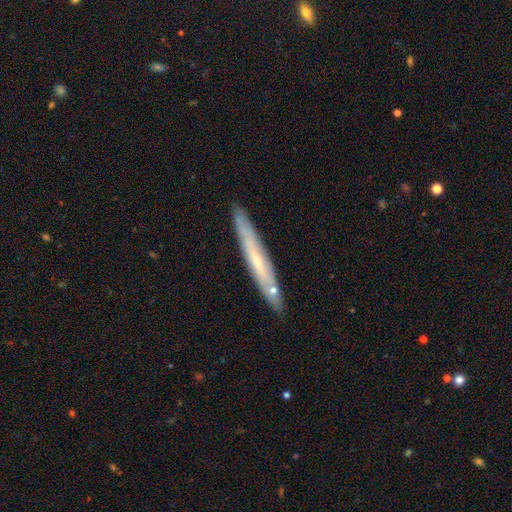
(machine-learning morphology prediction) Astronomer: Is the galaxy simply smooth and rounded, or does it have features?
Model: featured or disk — 51% (runner-up: smooth, 43%).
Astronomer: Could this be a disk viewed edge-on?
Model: yes — 86%.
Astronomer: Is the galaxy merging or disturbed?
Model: none — 84%.